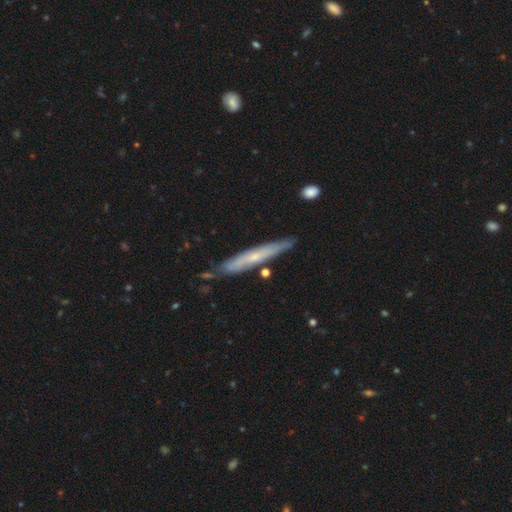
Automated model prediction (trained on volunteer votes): Smooth or featured? featured or disk (55%)
Edge-on disk? yes (90%)
Merging? none (83%)